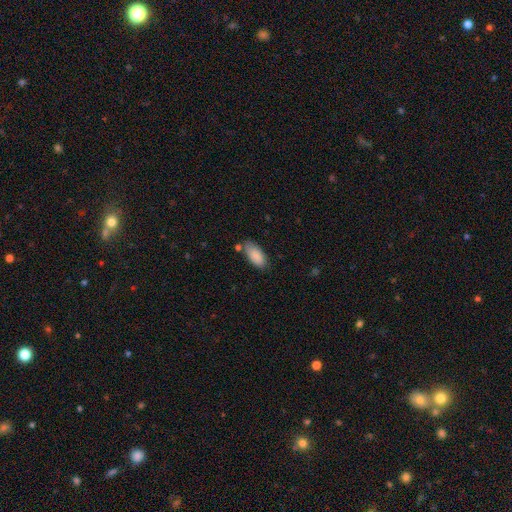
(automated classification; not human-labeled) Overall: smooth (88%). How rounded: in between (90%). Merging: none (71%).